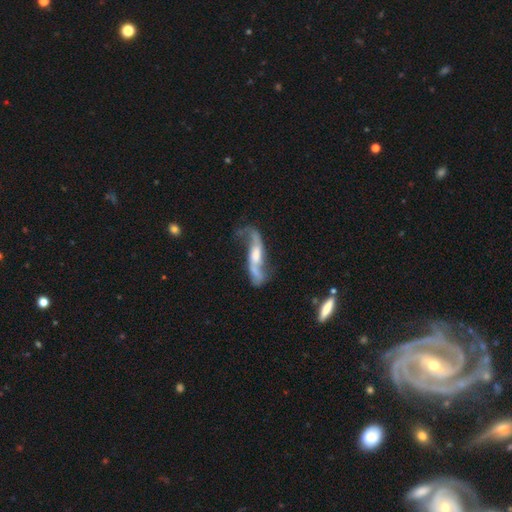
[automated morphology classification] Overall: featured or disk (82%). Edge-on disk: no (79%). Bar: no (40%; weak 38%). Spiral arms: yes (93%). Spiral arm count: 2 (91%). Spiral winding: loose (83%). Bulge size: moderate (49%; small 25%). Merging: none (54%; minor disturbance 22%).